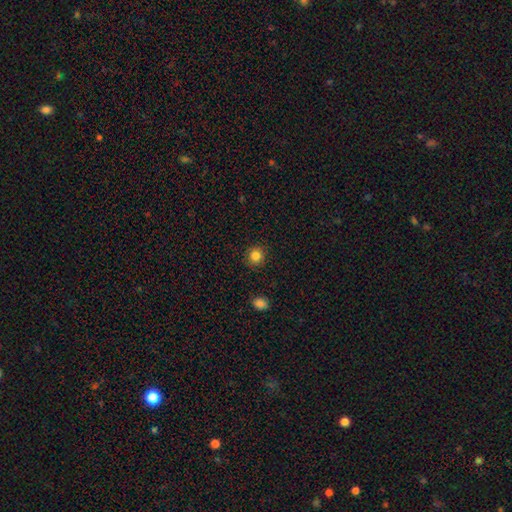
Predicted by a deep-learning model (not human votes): This is clearly a smooth galaxy (84%). How rounded: clearly round (92%). Merging: clearly none (91%).